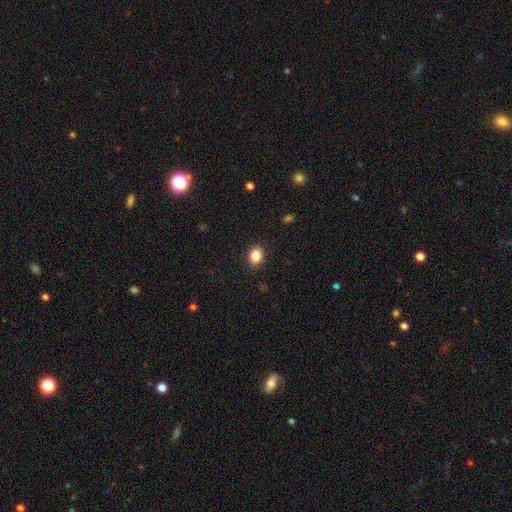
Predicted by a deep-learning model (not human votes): This appears to be a smooth galaxy with no disk features (86%) that is in between round and cigar-shaped (60%). Merging: none (89%).